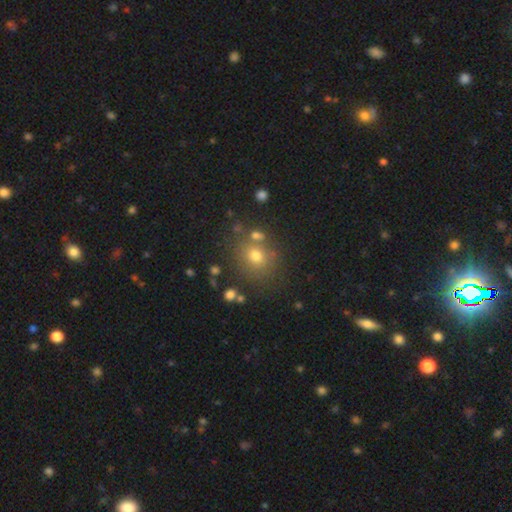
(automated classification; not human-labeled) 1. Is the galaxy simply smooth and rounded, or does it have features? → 70% smooth, 18% star or artifact, 12% featured or disk.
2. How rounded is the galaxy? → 74% round, 25% in between, 1% cigar-shaped.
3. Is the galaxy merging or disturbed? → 73% none, 11% minor disturbance, 11% merger, 4% major disturbance.